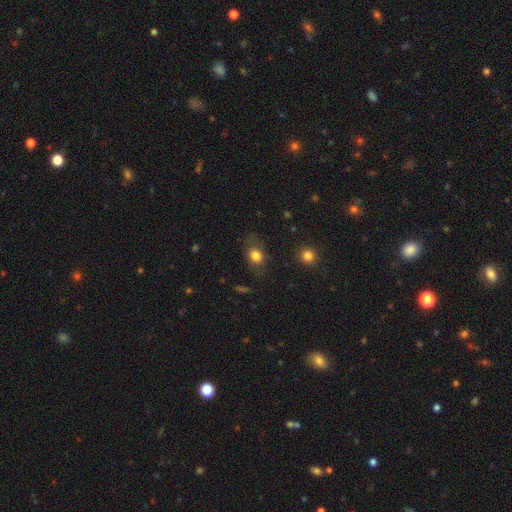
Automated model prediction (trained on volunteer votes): This is likely a smooth galaxy (79%). How rounded: likely in between (62%). Merging: likely none (70%).